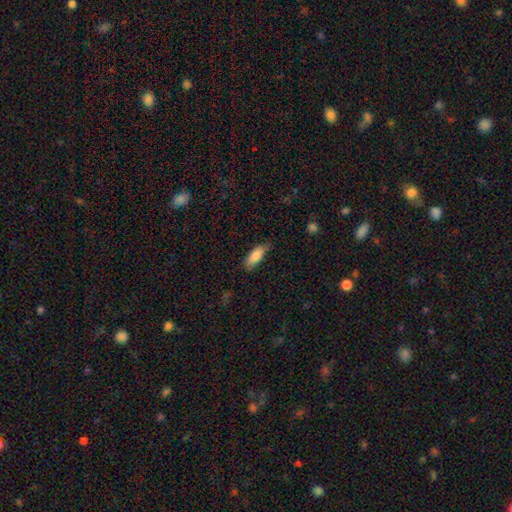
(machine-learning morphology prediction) Smooth or featured?
  - smooth: 85% *
  - featured or disk: 9%
  - star or artifact: 7%
How rounded?
  - in between: 68% *
  - cigar-shaped: 30%
  - round: 2%
Merging?
  - none: 71% *
  - minor disturbance: 23%
  - major disturbance: 4%
  - merger: 1%